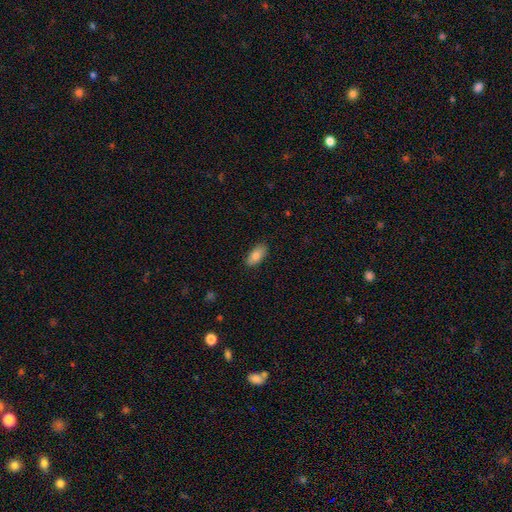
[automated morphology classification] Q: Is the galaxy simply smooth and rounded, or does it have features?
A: smooth — 83%.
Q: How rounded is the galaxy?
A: in between — 88%.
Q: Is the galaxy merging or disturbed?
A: none — 86%.